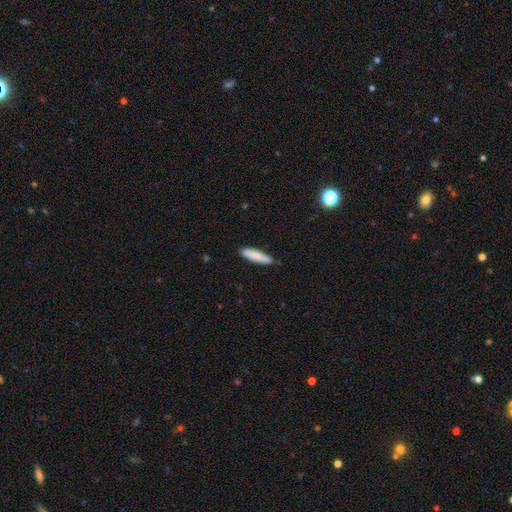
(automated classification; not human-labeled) Overall: smooth (83%). How rounded: cigar-shaped (79%). Merging: none (79%).